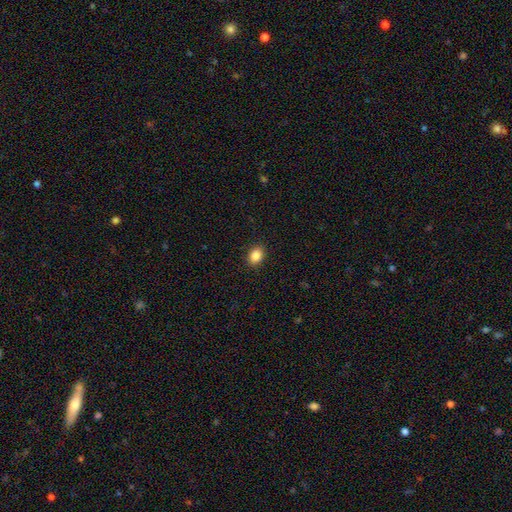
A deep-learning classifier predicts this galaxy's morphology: smooth_or_featured: smooth (p=0.86) [alt: star or artifact p=0.10]
how_rounded: in between (p=0.59) [alt: round p=0.40]
merging: none (p=0.91) [alt: minor disturbance p=0.07]